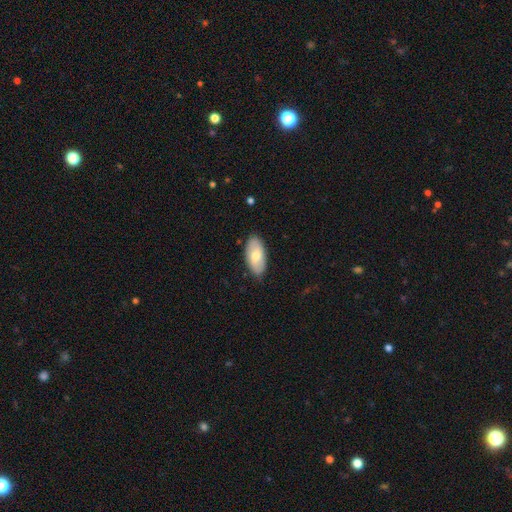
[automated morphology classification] This appears to be a smooth galaxy with no disk features (68%) that is in between round and cigar-shaped (94%). Merging: none (85%).